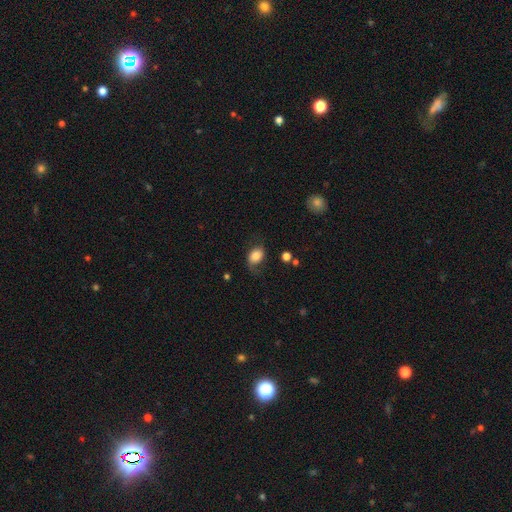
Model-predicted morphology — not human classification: A smooth galaxy with no disk features (72%) that is in between round and cigar-shaped (73%).

Vote fractions:
- Smooth or featured? smooth: 72% / featured or disk: 19% / star or artifact: 9%
- How rounded? in between: 73% / round: 26% / cigar-shaped: 1%
- Merging? none: 56% / minor disturbance: 27% / major disturbance: 16% / merger: 2%